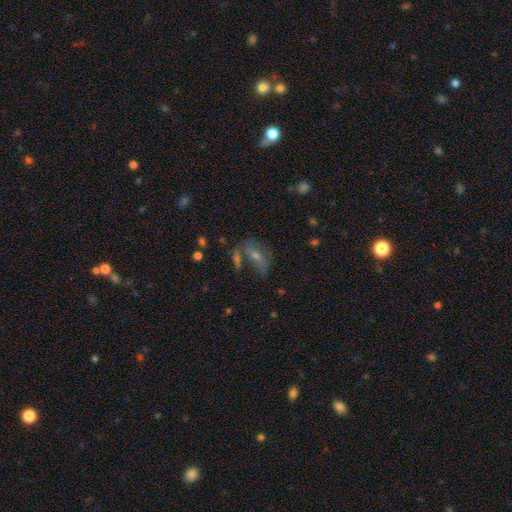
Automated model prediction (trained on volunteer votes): Smooth or featured? featured or disk (45%)
Merging? none (51%)